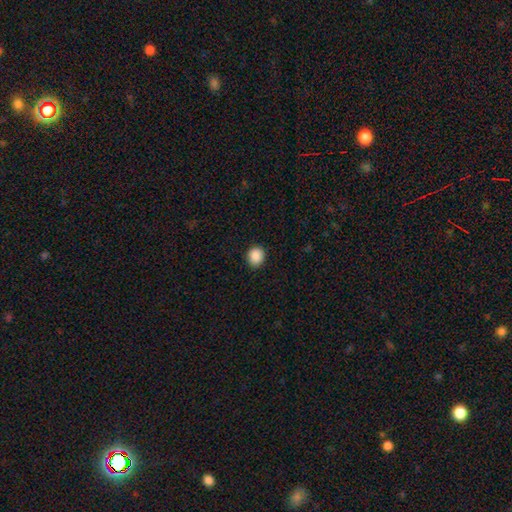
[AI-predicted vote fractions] Smooth or featured? smooth (89%)
How rounded? round (78%)
Merging? none (90%)